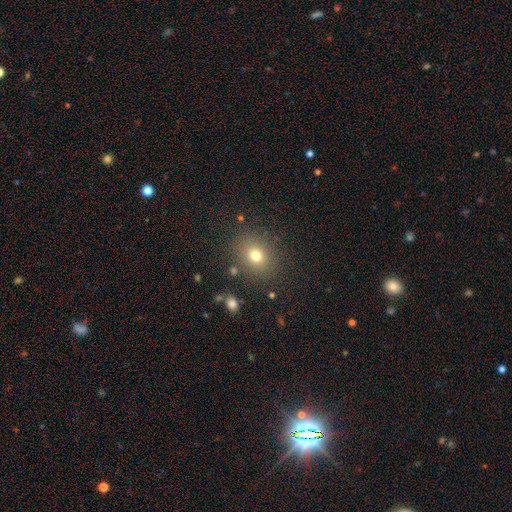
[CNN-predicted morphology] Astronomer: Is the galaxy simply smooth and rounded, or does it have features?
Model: smooth — 74%.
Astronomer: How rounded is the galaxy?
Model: round — 66%.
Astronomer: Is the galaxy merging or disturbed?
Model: none — 84%.